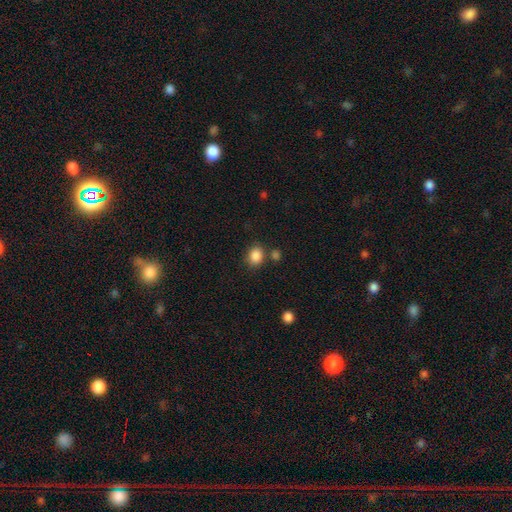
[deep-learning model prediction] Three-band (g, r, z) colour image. It shows a smooth galaxy with no disk features (87%) that is in between round and cigar-shaped (50%). Merging: none (73%).